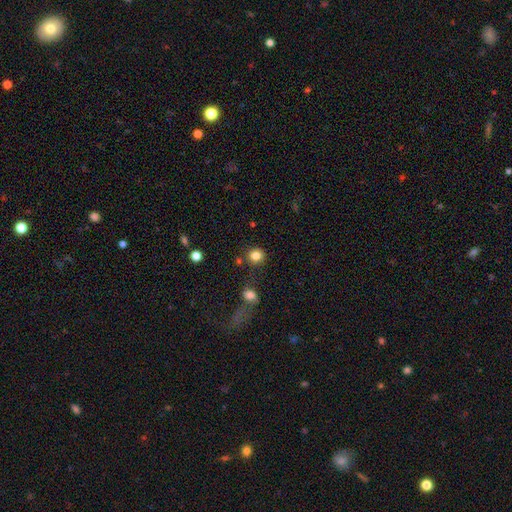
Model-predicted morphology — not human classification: Smooth or featured? smooth (84%)
How rounded? round (86%)
Merging? none (78%)